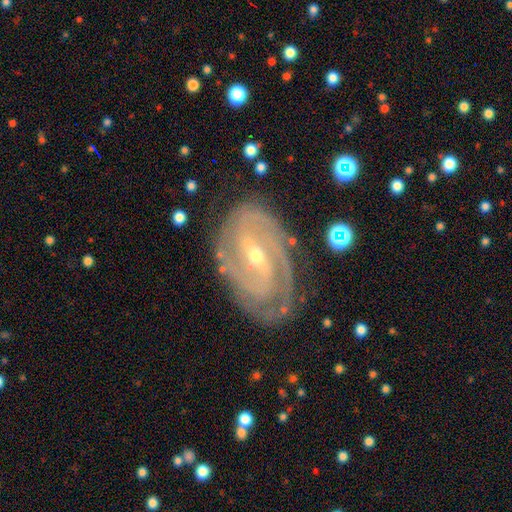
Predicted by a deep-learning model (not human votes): Smooth or featured? Predicted: featured or disk (p=0.89). Edge-on disk? Predicted: no (p=0.95). Bar? Predicted: strong (p=0.42). Spiral arms? Predicted: yes (p=0.97). Spiral winding? Predicted: tight (p=0.67). Spiral arm count? Predicted: 2 (p=0.46). Bulge size? Predicted: small (p=0.65). Merging? Predicted: none (p=0.76).